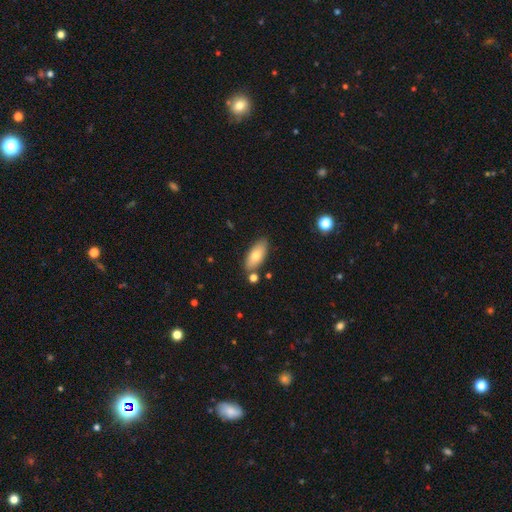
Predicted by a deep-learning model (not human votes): Smooth or featured?
  - smooth: 74% *
  - featured or disk: 20%
  - star or artifact: 7%
How rounded?
  - in between: 84% *
  - cigar-shaped: 13%
  - round: 3%
Merging?
  - none: 79% *
  - minor disturbance: 12%
  - merger: 6%
  - major disturbance: 3%